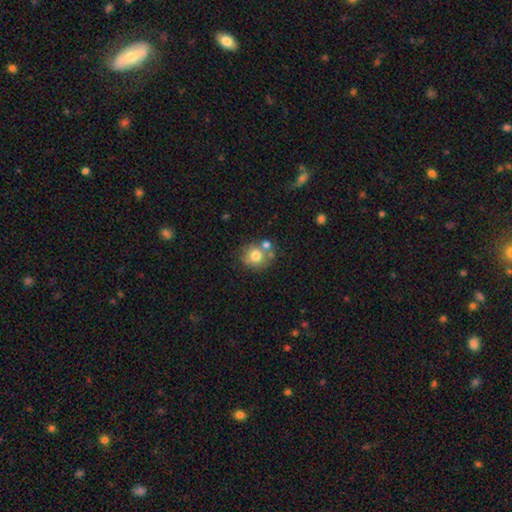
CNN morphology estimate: smooth-or-featured: smooth: 74% | featured or disk: 15% | star or artifact: 11%
  how-rounded: round: 83% | in between: 16% | cigar-shaped: 1%
  merging: none: 61% | merger: 22% | minor disturbance: 13% | major disturbance: 4%